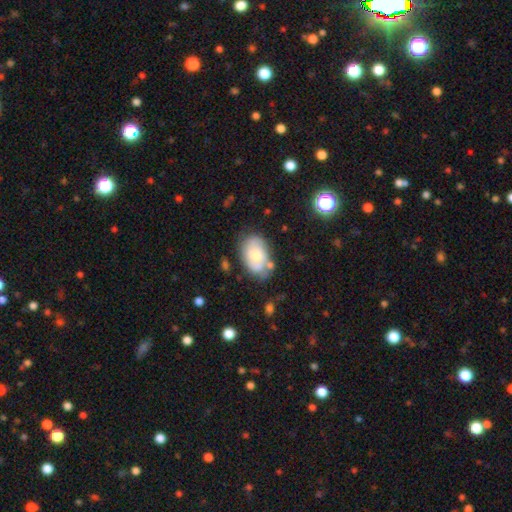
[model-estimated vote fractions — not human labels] A featured or disk galaxy (49%). Merging: none (62%).